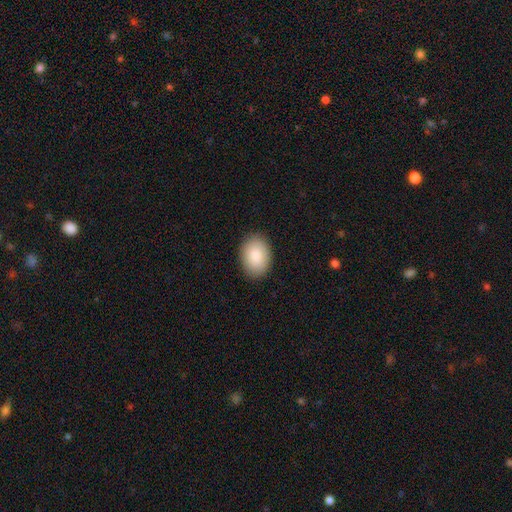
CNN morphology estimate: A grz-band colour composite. It shows a smooth galaxy with no disk features (88%) that is in between round and cigar-shaped (83%). Merging: none (88%).